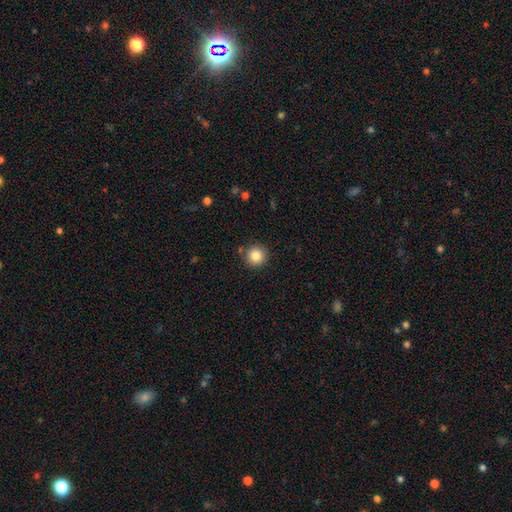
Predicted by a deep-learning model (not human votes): This appears to be a smooth galaxy with no disk features (84%) that is round (95%). Merging: none (87%).